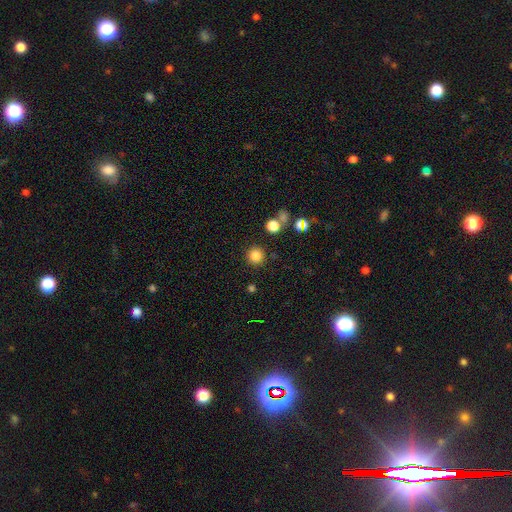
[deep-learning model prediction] This appears to be a smooth galaxy with no disk features (83%) that is round (95%). Merging: none (88%).